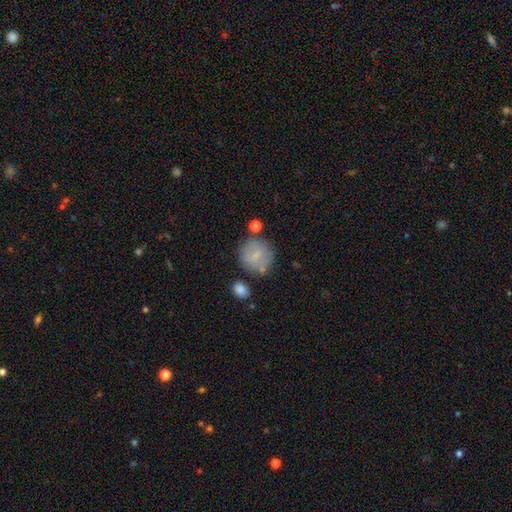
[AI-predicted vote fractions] Smooth or featured?
  - smooth: 74% *
  - featured or disk: 17%
  - star or artifact: 9%
How rounded?
  - round: 88% *
  - in between: 11%
  - cigar-shaped: 1%
Merging?
  - none: 69% *
  - minor disturbance: 16%
  - merger: 9%
  - major disturbance: 6%